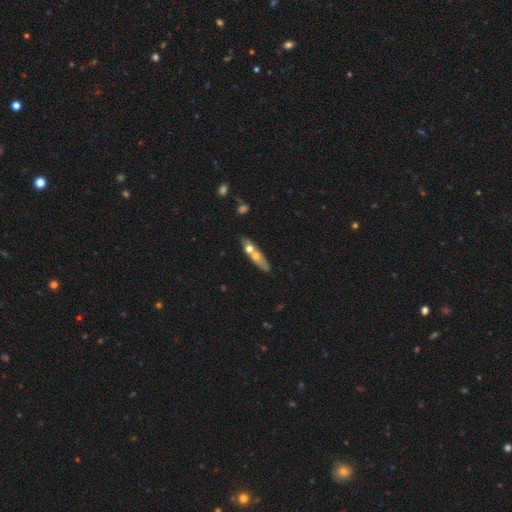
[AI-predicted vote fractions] The model was most divided on "smooth or featured": smooth: 49%, featured or disk: 43%, star or artifact: 8%. More confident: merging — none (57%).